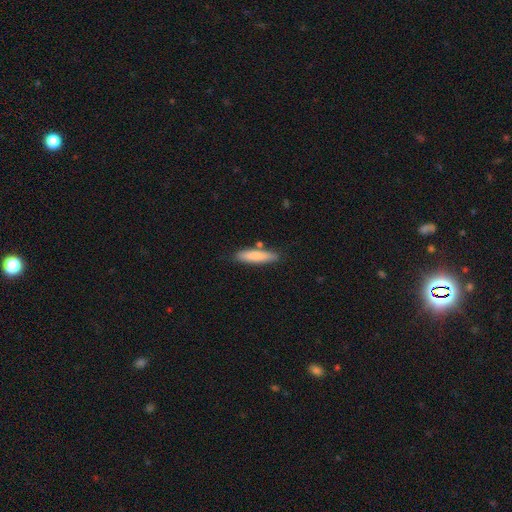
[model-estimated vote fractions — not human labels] Q: Smooth or featured?
A: smooth (81%); runner-up: featured or disk (14%)
Q: How rounded?
A: cigar-shaped (78%); runner-up: in between (21%)
Q: Merging?
A: none (80%); runner-up: minor disturbance (12%)